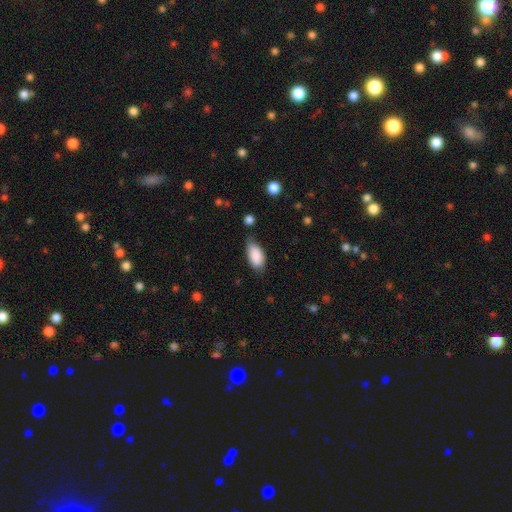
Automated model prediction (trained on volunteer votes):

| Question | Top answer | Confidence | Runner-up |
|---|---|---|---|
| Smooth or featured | smooth | 87% | featured or disk (6%) |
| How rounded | in between | 92% | cigar-shaped (5%) |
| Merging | none | 60% | minor disturbance (31%) |